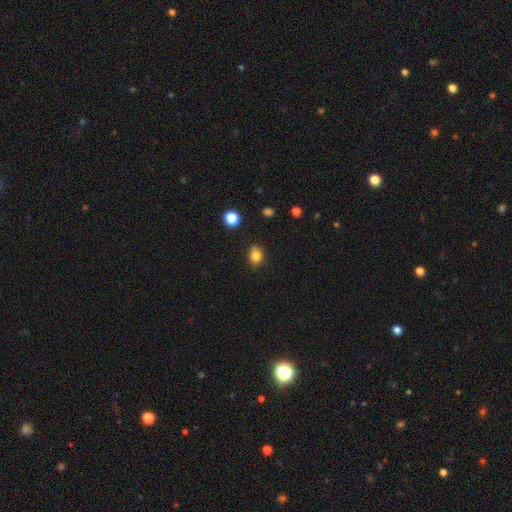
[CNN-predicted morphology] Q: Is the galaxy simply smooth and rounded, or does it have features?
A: smooth — 82%.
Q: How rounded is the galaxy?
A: in between — 50%.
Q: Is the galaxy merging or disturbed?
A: none — 77%.